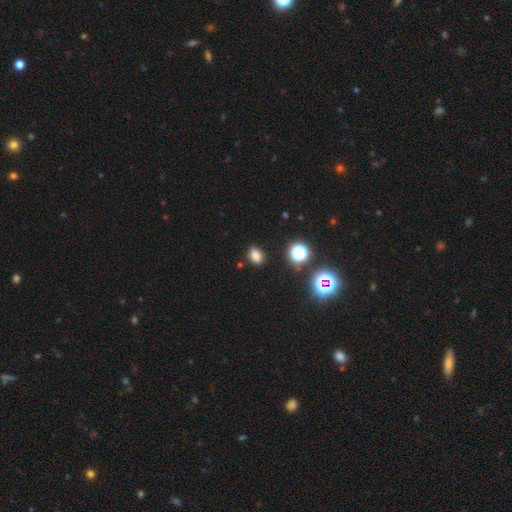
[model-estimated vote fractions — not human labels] This appears to be a smooth galaxy with no disk features (77%) that is in between round and cigar-shaped (66%). Merging: none (87%).